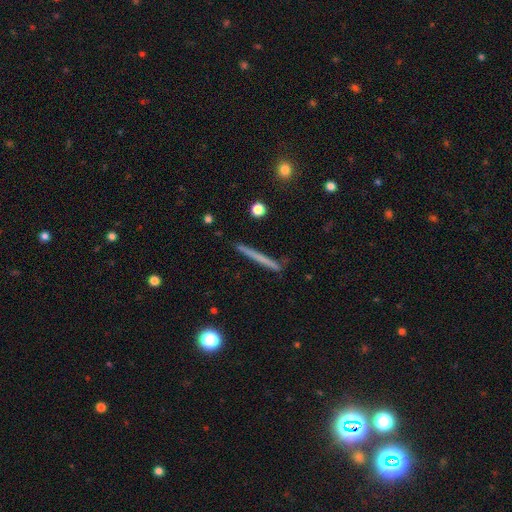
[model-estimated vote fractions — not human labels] Overall: smooth (58%; featured or disk 36%). How rounded: cigar-shaped (97%). Merging: none (89%).